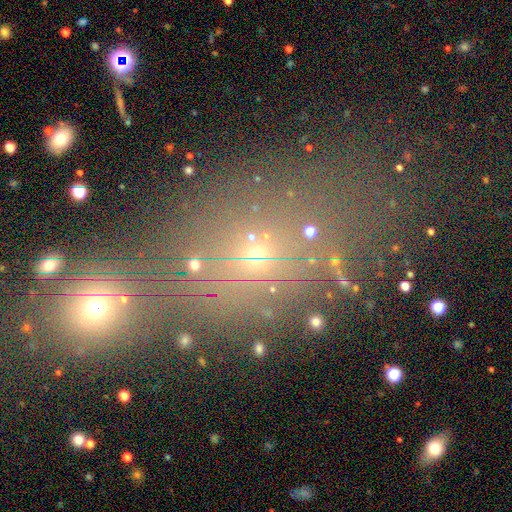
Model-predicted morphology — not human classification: smooth-or-featured: star or artifact: 43% | smooth: 41% | featured or disk: 17%